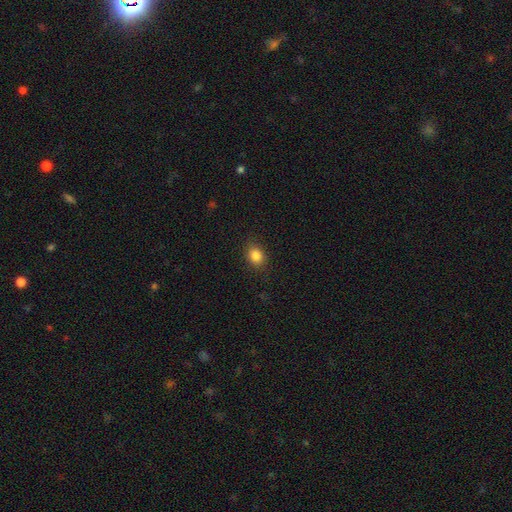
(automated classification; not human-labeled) smooth_or_featured: smooth (p=0.84) [alt: star or artifact p=0.11]
how_rounded: in between (p=0.50) [alt: round p=0.49]
merging: none (p=0.86) [alt: minor disturbance p=0.10]